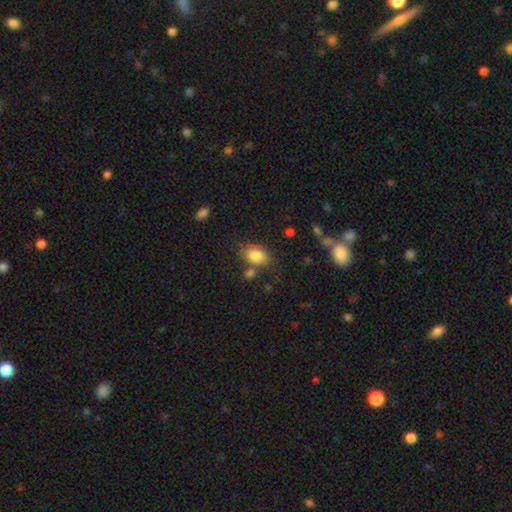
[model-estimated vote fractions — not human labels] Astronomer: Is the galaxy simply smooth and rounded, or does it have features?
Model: smooth — 82%.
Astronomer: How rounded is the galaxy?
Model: in between — 81%.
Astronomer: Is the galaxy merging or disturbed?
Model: none — 64%.